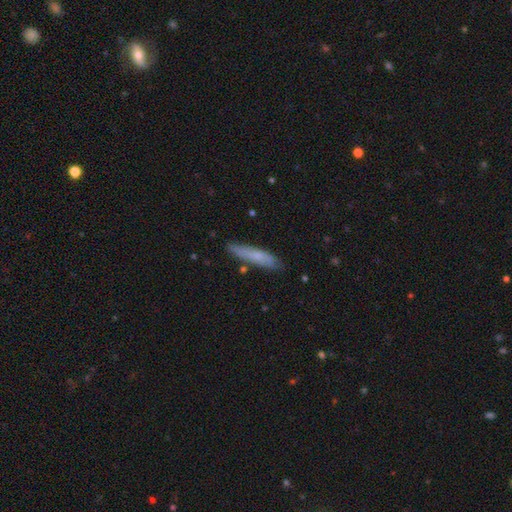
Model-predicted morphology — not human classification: This appears to be a smooth galaxy with no disk features (64%) that is cigar-shaped (87%). Merging: none (80%).